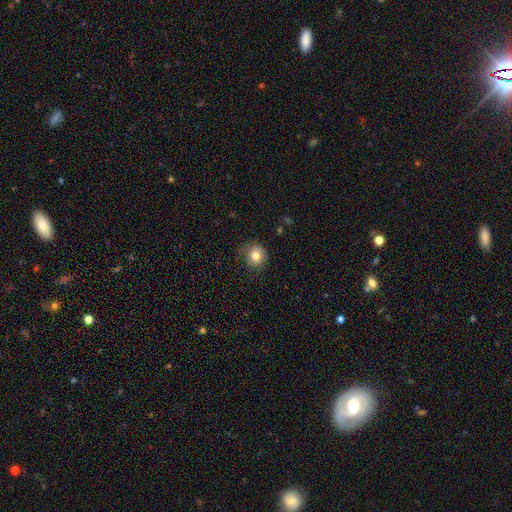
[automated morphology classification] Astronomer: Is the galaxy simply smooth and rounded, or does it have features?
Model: smooth — 82%.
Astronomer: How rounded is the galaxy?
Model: round — 85%.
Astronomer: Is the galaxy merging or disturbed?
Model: none — 76%.